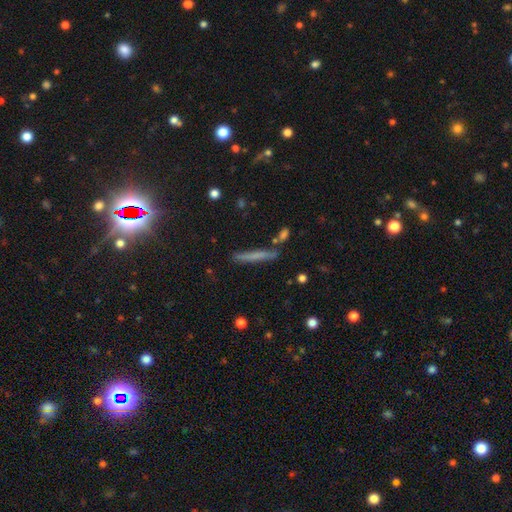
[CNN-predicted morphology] Smooth or featured? Predicted: smooth (p=0.59). How rounded? Predicted: cigar-shaped (p=0.95). Merging? Predicted: none (p=0.82).